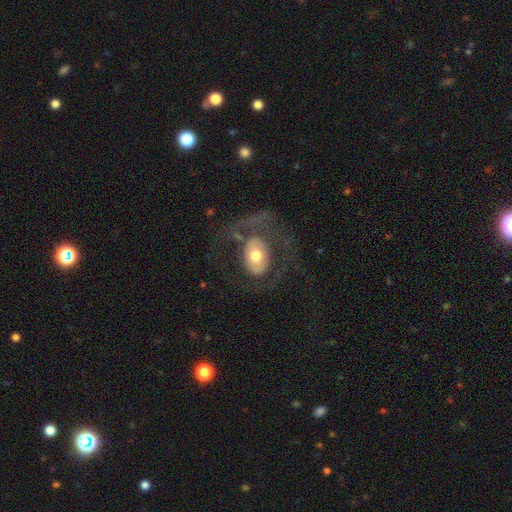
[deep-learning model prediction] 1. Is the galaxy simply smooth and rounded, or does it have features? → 50% featured or disk, 44% smooth, 6% star or artifact.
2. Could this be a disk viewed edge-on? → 93% no, 7% yes.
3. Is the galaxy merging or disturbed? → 48% none, 33% major disturbance, 16% minor disturbance, 3% merger.